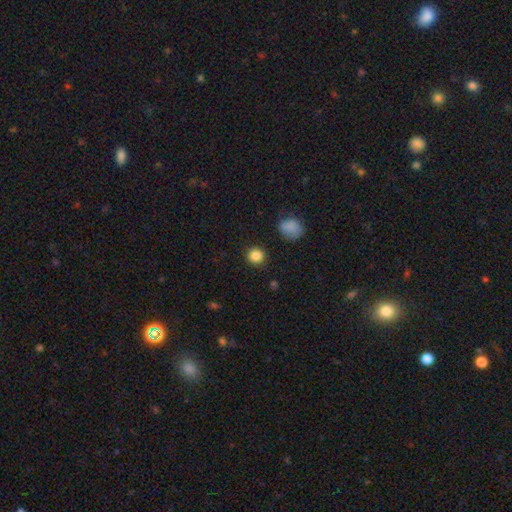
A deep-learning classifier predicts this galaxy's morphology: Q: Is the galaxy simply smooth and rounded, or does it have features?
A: smooth — 85%.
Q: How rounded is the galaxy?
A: round — 91%.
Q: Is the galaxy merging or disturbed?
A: none — 90%.